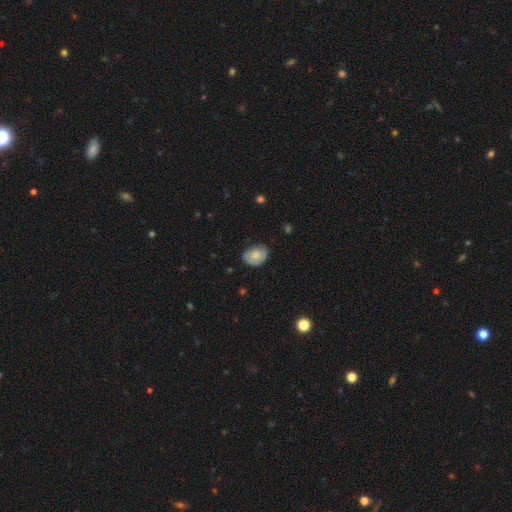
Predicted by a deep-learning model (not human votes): Smooth or featured? Predicted: smooth (p=0.75). How rounded? Predicted: in between (p=0.62). Merging? Predicted: none (p=0.66).